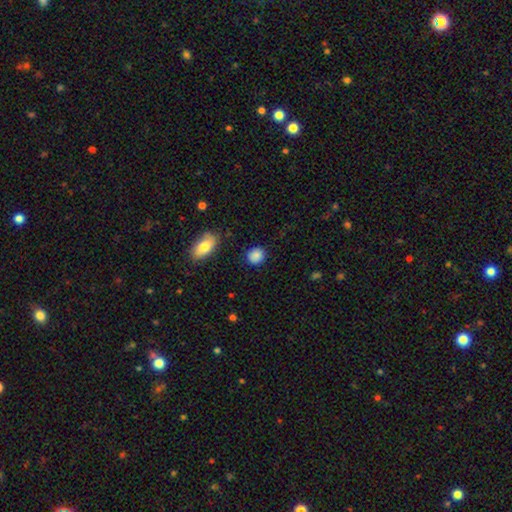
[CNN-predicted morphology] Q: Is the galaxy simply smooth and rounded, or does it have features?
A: smooth — 88%.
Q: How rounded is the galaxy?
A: round — 82%.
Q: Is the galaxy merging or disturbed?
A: none — 88%.